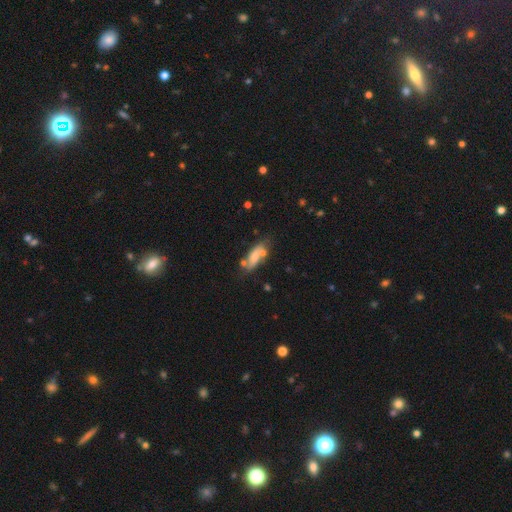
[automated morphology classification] smooth-or-featured: smooth: 56% | featured or disk: 36% | star or artifact: 8%
  how-rounded: in between: 68% | cigar-shaped: 28% | round: 3%
  merging: none: 48% | minor disturbance: 23% | merger: 19% | major disturbance: 10%